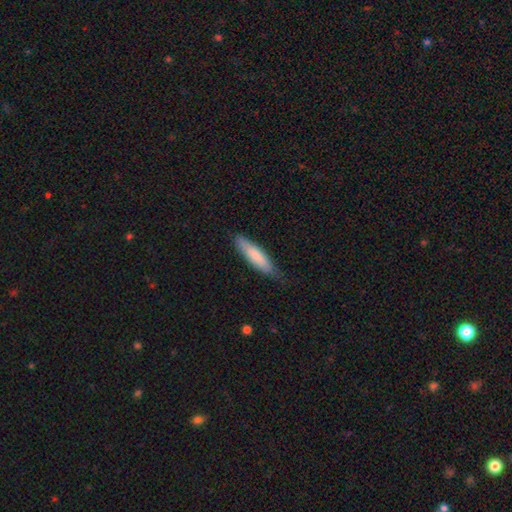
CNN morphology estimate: Smooth or featured? smooth (77%)
How rounded? cigar-shaped (72%)
Merging? none (71%)